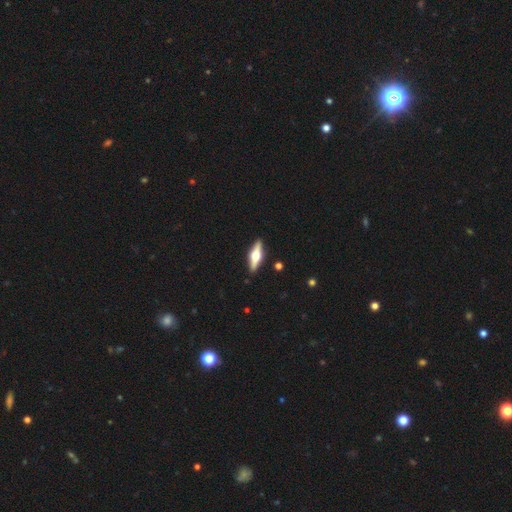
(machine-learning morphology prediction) Overall: featured or disk (69%). Edge-on disk: yes (96%). Edge-on bulge: rounded (95%). Merging: none (90%).